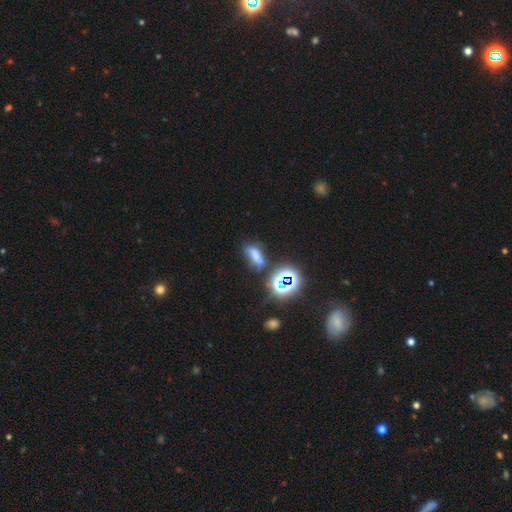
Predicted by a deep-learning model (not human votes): smooth 51%, star or artifact 31%, featured or disk 17%. Down the decision tree: how rounded — in between (56%); merging — none (47%).